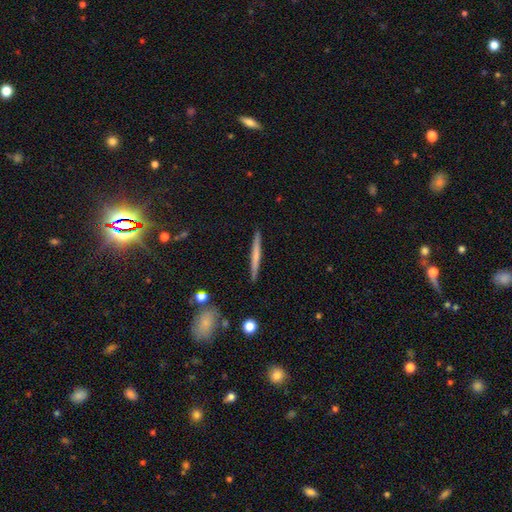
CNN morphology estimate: smooth-or-featured: smooth: 52% | featured or disk: 43% | star or artifact: 6%
  how-rounded: cigar-shaped: 96% | in between: 2% | round: 2%
  merging: none: 91% | minor disturbance: 6% | merger: 1% | major disturbance: 1%